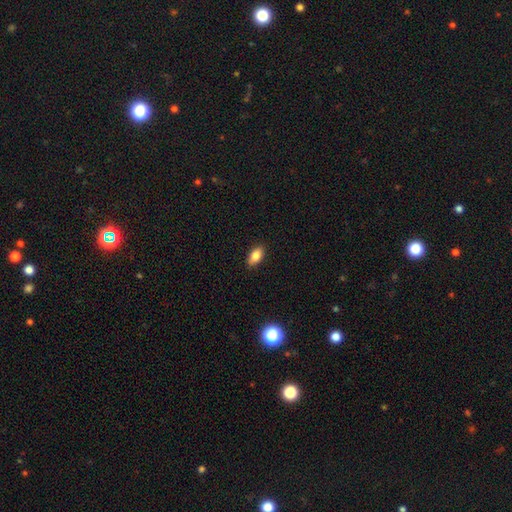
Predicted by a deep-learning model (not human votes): Smooth or featured?
  - smooth: 82% *
  - featured or disk: 10%
  - star or artifact: 8%
How rounded?
  - in between: 89% *
  - cigar-shaped: 5%
  - round: 5%
Merging?
  - none: 87% *
  - minor disturbance: 10%
  - major disturbance: 2%
  - merger: 1%